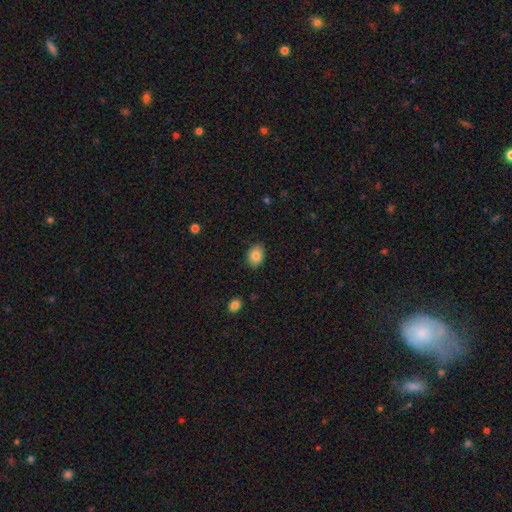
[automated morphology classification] Smooth or featured? smooth (84%)
How rounded? in between (74%)
Merging? none (85%)